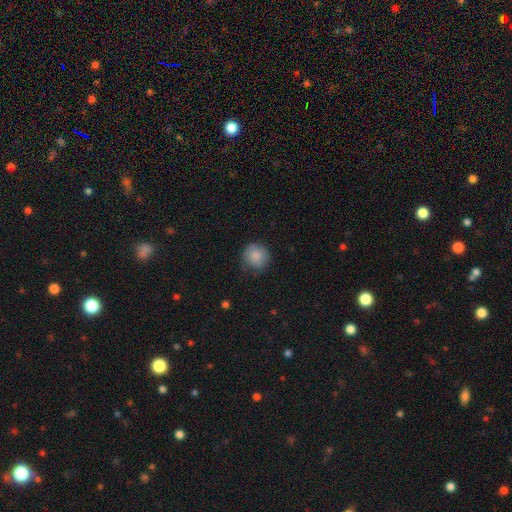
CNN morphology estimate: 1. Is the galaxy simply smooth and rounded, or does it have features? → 85% smooth, 8% star or artifact, 7% featured or disk.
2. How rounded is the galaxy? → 91% round, 8% in between, 1% cigar-shaped.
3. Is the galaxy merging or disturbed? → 76% none, 18% minor disturbance, 4% major disturbance, 1% merger.